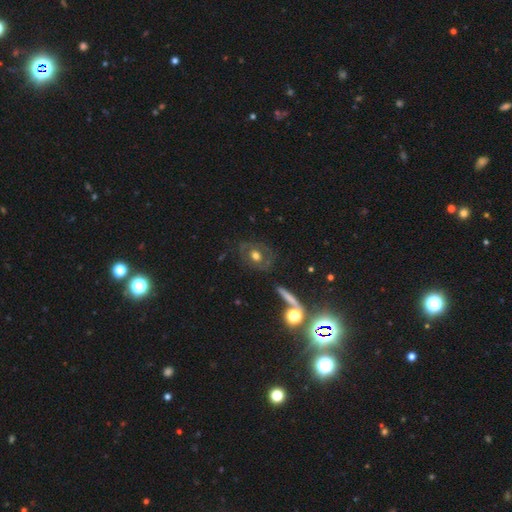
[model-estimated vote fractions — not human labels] Morphology: type=featured or disk (51%); edge-on=no (90%); merging=none (75%).